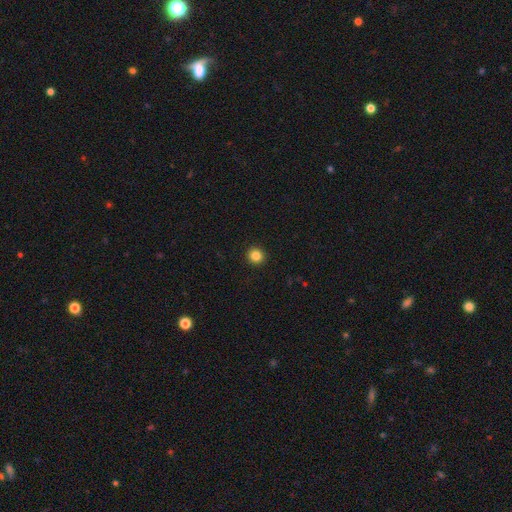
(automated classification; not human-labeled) smooth 85%, star or artifact 11%, featured or disk 4%. Down the decision tree: how rounded — round (93%); merging — none (94%).